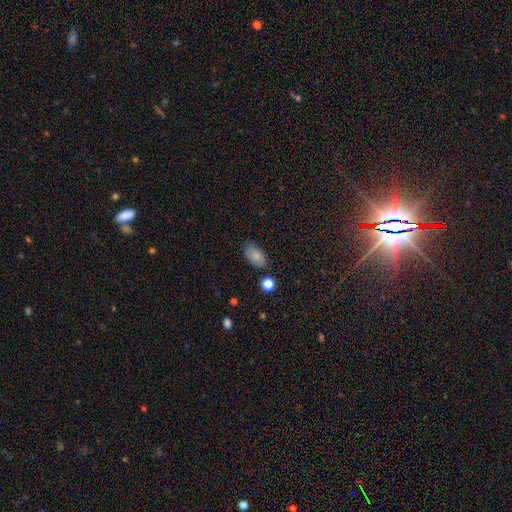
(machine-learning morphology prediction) smooth_or_featured: smooth (p=0.81) [alt: featured or disk p=0.10]
how_rounded: in between (p=0.92) [alt: round p=0.07]
merging: none (p=0.79) [alt: minor disturbance p=0.15]